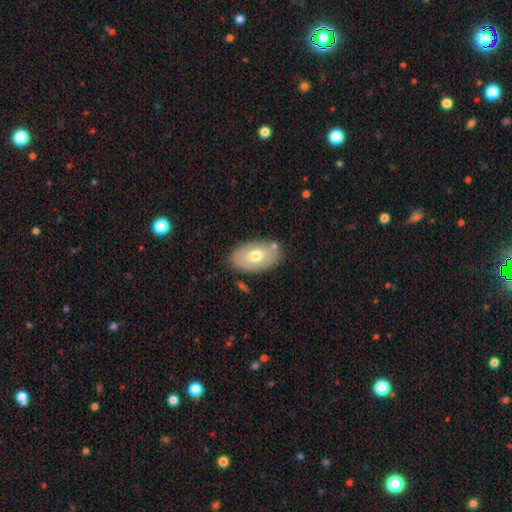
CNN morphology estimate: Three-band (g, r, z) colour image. It shows a smooth galaxy with no disk features (64%) that is in between round and cigar-shaped (93%). Merging: none (79%).